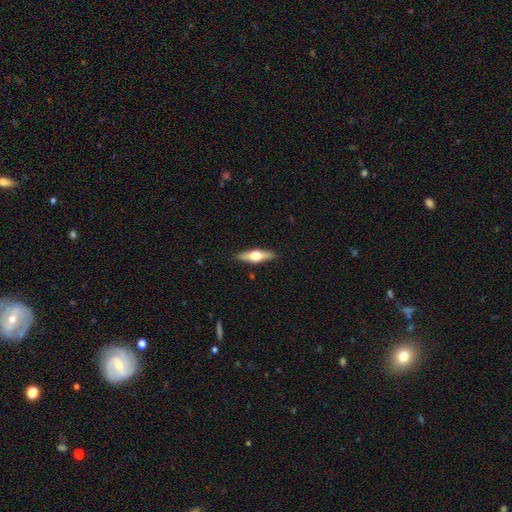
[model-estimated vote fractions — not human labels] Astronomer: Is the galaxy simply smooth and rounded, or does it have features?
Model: featured or disk — 57% (runner-up: smooth, 37%).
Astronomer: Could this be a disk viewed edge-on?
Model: yes — 94%.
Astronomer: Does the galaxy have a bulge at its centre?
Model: rounded — 96%.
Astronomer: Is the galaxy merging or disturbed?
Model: none — 90%.